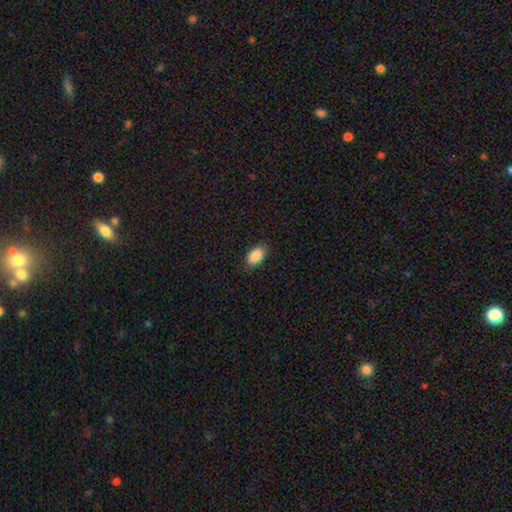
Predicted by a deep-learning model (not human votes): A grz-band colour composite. It shows a smooth galaxy with no disk features (89%) that is in between round and cigar-shaped (93%). Merging: none (86%).